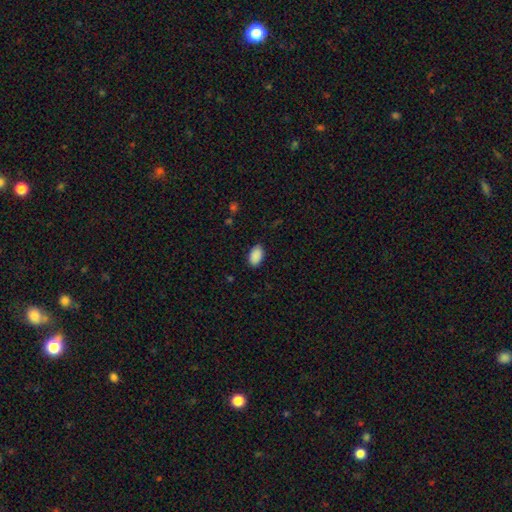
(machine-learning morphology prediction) A smooth galaxy with no disk features (90%) that is in between round and cigar-shaped (94%). Merging: none (87%).